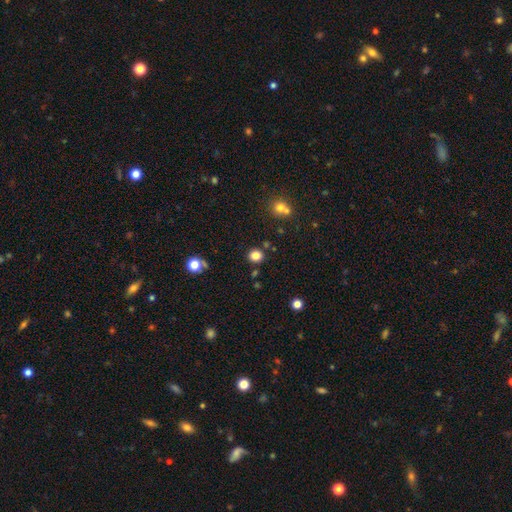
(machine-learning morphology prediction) The model was most divided on "smooth or featured": smooth: 82%, star or artifact: 14%, featured or disk: 5%. More confident: merging — none (85%); how rounded — round (84%).